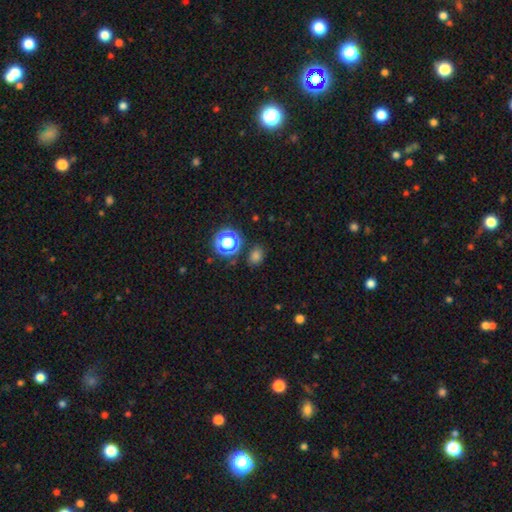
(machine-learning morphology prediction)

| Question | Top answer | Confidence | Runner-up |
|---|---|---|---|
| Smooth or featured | smooth | 72% | star or artifact (23%) |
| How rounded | round | 55% | in between (44%) |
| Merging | none | 83% | minor disturbance (10%) |